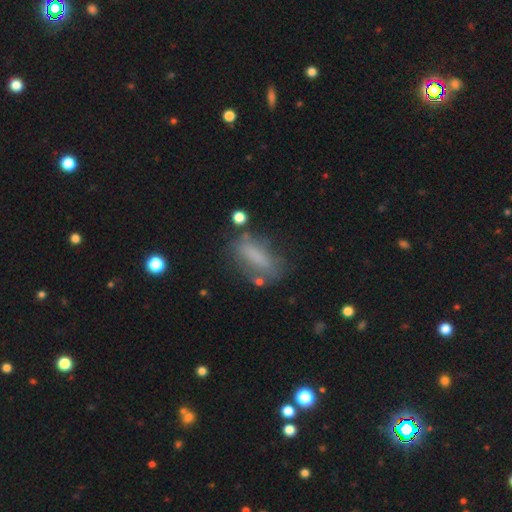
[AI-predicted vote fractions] A smooth galaxy with no disk features (66%) that is in between round and cigar-shaped (55%). Merging: none (61%).